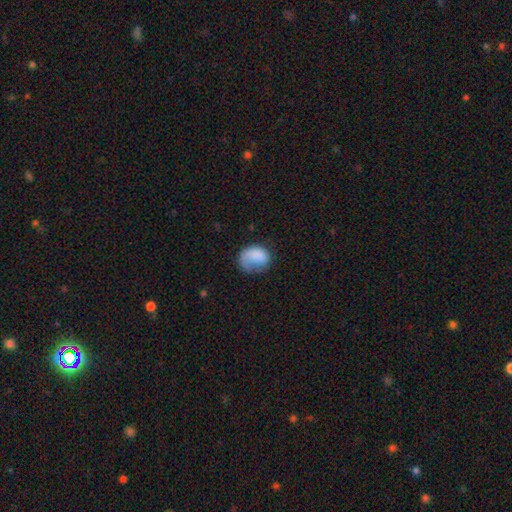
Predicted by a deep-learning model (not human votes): The model was most divided on "merging": none: 39%, major disturbance: 30%, minor disturbance: 29%, merger: 3%. More confident: smooth or featured — smooth (77%); how rounded — in between (55%).